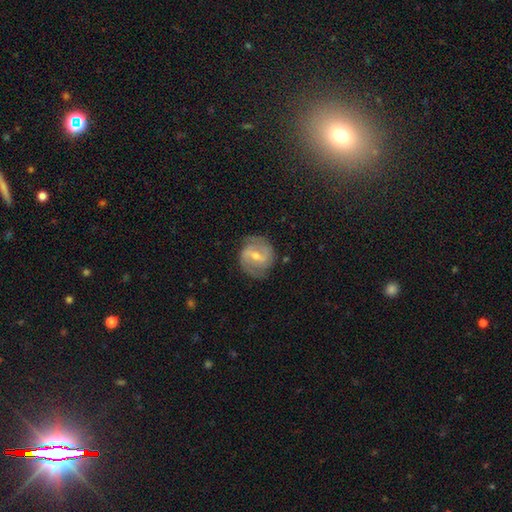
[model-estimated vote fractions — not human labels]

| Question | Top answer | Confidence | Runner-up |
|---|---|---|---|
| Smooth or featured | featured or disk | 79% | smooth (13%) |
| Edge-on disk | no | 97% | yes (3%) |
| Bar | weak | 47% | strong (36%) |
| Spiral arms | yes | 91% | no (9%) |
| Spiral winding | medium | 48% | tight (34%) |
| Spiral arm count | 2 | 86% | can't tell (8%) |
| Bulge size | moderate | 48% | tied: small (48%) |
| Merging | none | 82% | minor disturbance (13%) |